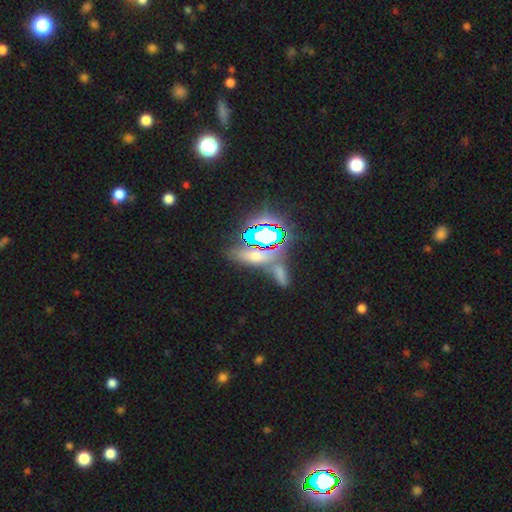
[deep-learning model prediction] star or artifact 51%, smooth 35%, featured or disk 14%.